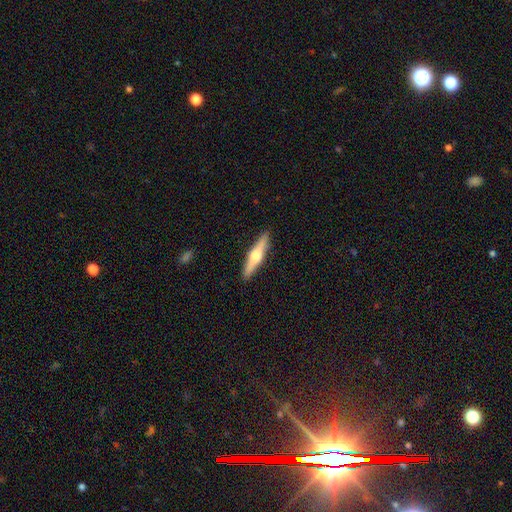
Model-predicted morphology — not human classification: Smooth or featured: featured or disk — 63% (smooth — 32%)
Edge-on disk: yes — 97% (no — 3%)
Edge-on bulge: rounded — 95% (boxy — 3%)
Merging: none — 91% (minor disturbance — 6%)